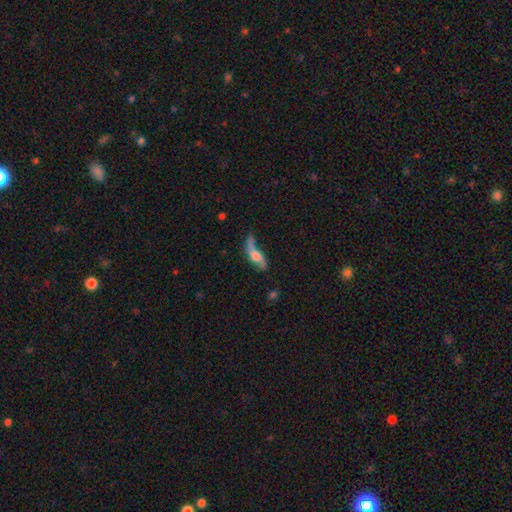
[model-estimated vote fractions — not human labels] Morphology: type=featured or disk (61%); edge-on=no (72%); merging=none (46%).